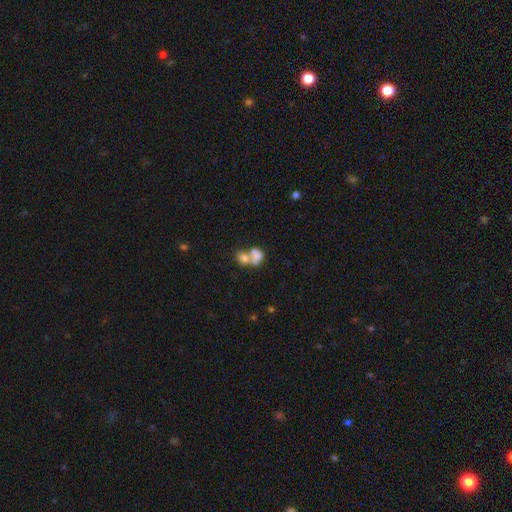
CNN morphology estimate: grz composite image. It shows a smooth galaxy with no disk features (70%) that is in between round and cigar-shaped (64%). Merging: merger (68%).